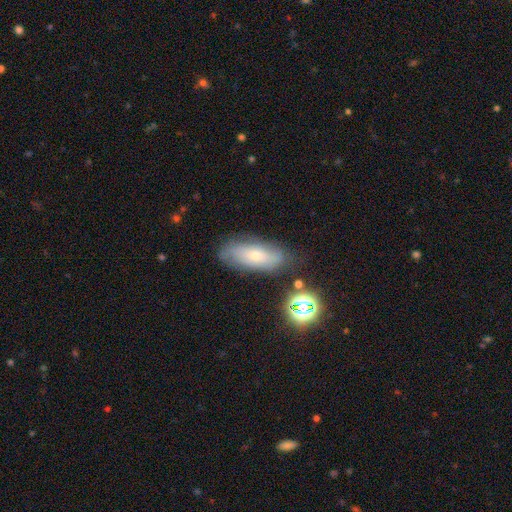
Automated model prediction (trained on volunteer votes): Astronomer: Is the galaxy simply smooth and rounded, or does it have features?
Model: smooth — 52% (runner-up: featured or disk, 37%).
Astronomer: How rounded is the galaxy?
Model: in between — 75%.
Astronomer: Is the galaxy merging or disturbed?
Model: none — 69%.